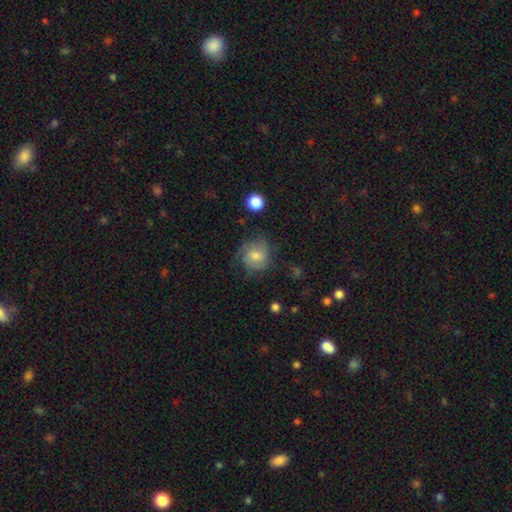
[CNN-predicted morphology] smooth_or_featured: smooth (p=0.55) [alt: featured or disk p=0.36]
how_rounded: round (p=0.82) [alt: in between p=0.17]
merging: none (p=0.57) [alt: minor disturbance p=0.26]